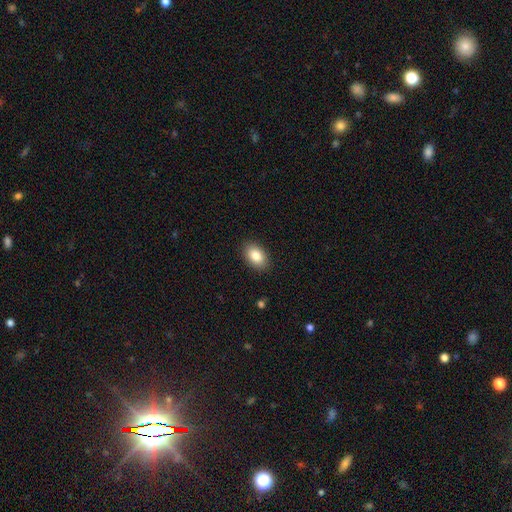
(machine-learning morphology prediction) Q: Smooth or featured?
A: smooth (85%); runner-up: star or artifact (8%)
Q: How rounded?
A: in between (87%); runner-up: round (11%)
Q: Merging?
A: none (89%); runner-up: minor disturbance (8%)